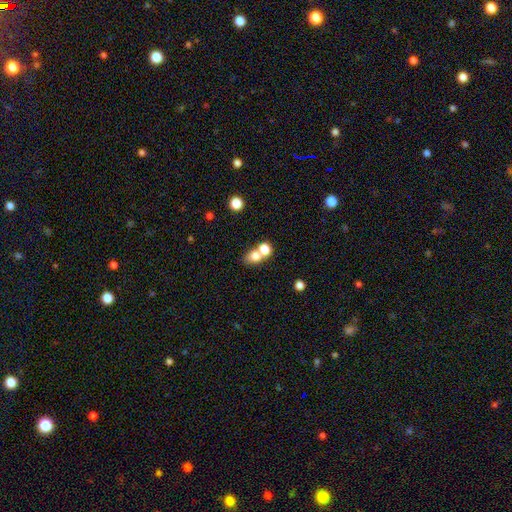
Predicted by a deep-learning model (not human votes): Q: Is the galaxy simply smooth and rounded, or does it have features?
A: smooth — 75%.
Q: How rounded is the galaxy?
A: round — 51%.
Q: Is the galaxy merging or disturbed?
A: merger — 52%.